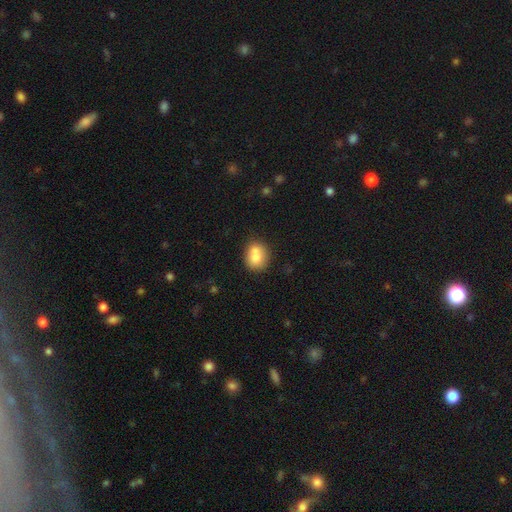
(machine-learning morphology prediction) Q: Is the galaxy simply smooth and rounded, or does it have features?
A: smooth — 75%.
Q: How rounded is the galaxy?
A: round — 59%.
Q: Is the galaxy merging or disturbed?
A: none — 48%.